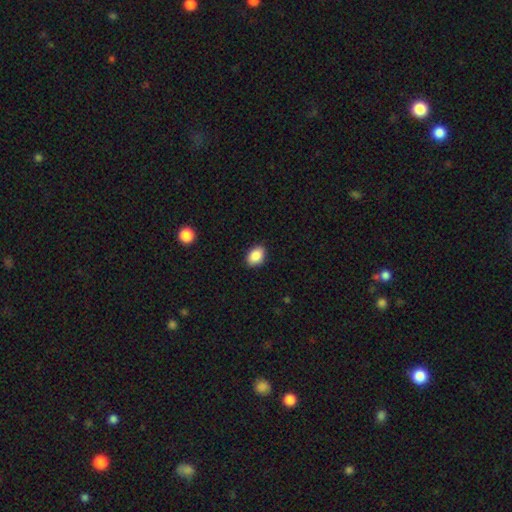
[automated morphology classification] Smooth or featured: smooth — 88% (star or artifact — 8%)
How rounded: in between — 84% (round — 15%)
Merging: none — 88% (minor disturbance — 9%)